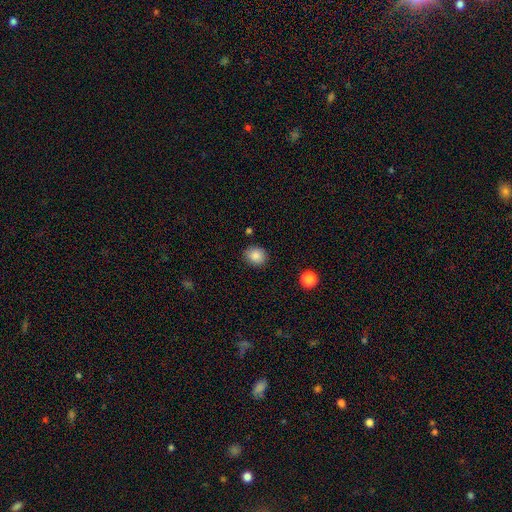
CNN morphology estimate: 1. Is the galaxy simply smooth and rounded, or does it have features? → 86% smooth, 9% star or artifact, 5% featured or disk.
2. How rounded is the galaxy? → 71% round, 28% in between, 1% cigar-shaped.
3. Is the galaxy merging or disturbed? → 86% none, 10% minor disturbance, 2% major disturbance, 2% merger.